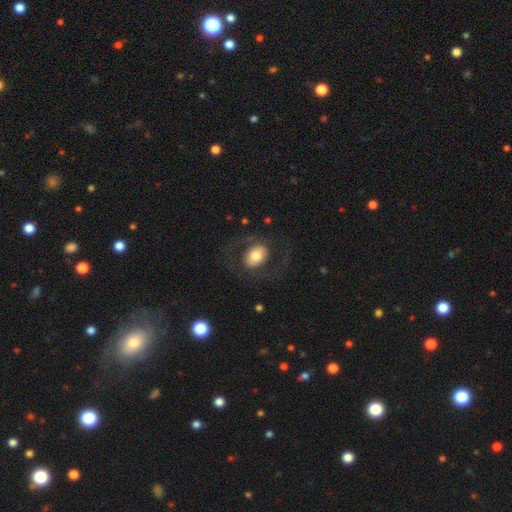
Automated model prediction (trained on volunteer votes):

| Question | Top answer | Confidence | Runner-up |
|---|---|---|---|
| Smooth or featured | smooth | 55% | featured or disk (38%) |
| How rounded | in between | 66% | round (33%) |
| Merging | none | 71% | major disturbance (16%) |